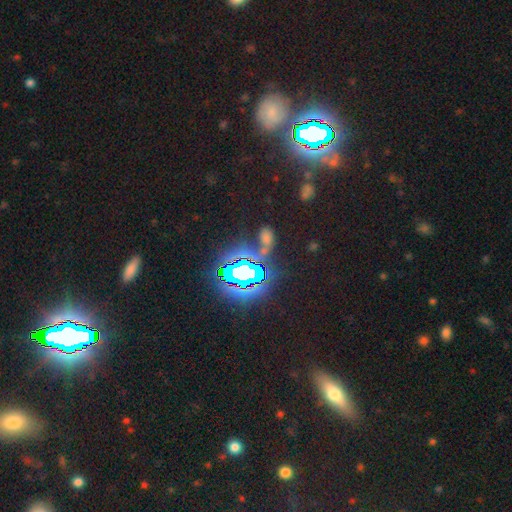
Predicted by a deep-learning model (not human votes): A star or artifact, not a galaxy (78%).